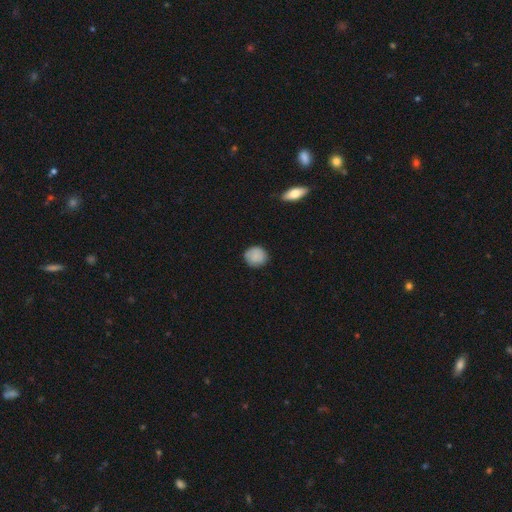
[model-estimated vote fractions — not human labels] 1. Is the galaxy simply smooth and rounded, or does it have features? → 84% smooth, 8% featured or disk, 7% star or artifact.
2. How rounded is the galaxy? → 86% round, 13% in between, 1% cigar-shaped.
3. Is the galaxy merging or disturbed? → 85% none, 12% minor disturbance, 2% major disturbance, 1% merger.